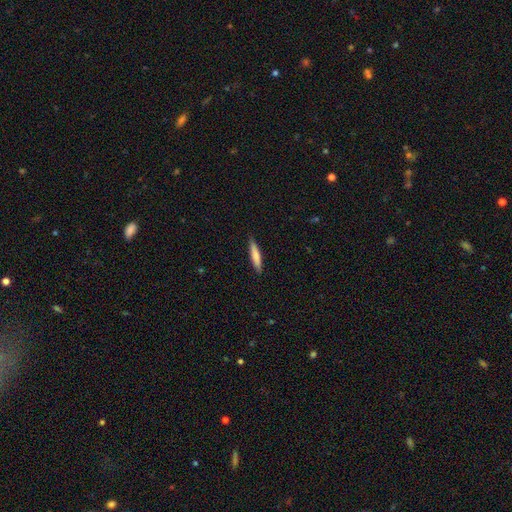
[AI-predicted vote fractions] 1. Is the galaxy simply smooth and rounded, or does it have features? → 72% smooth, 22% featured or disk, 6% star or artifact.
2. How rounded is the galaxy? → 89% cigar-shaped, 10% in between, 1% round.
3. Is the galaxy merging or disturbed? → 89% none, 8% minor disturbance, 2% major disturbance, 1% merger.